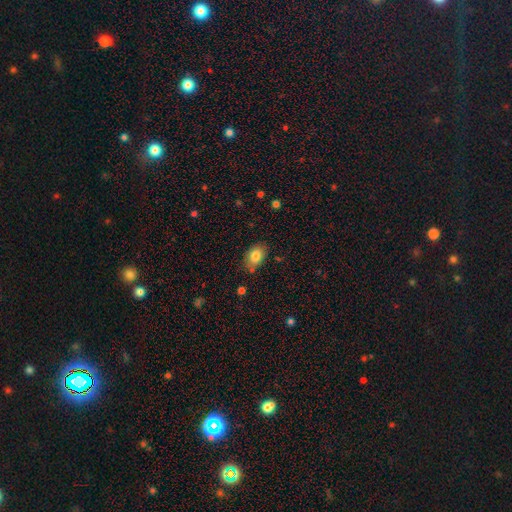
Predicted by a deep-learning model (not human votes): Smooth or featured? smooth (82%)
How rounded? in between (85%)
Merging? none (78%)